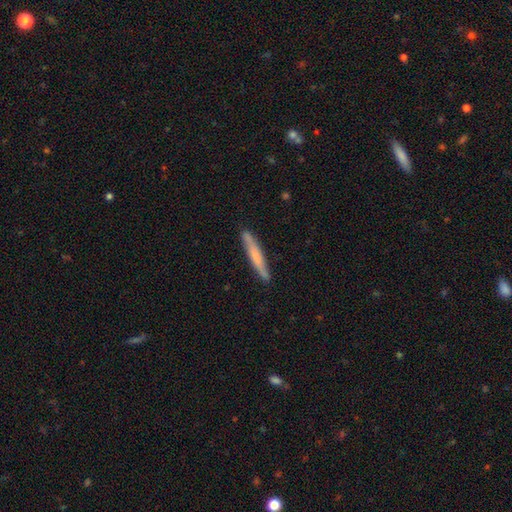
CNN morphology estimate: Q: Smooth or featured?
A: smooth (58%); runner-up: featured or disk (37%)
Q: How rounded?
A: cigar-shaped (95%); runner-up: in between (3%)
Q: Merging?
A: none (87%); runner-up: minor disturbance (10%)